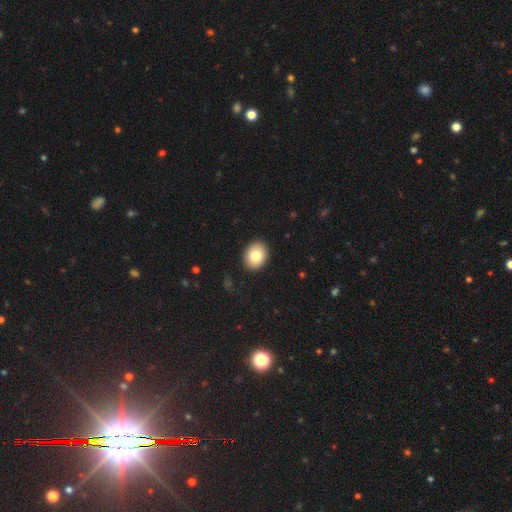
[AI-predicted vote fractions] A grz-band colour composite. It shows a smooth galaxy with no disk features (79%) that is in between round and cigar-shaped (50%). Merging: none (91%).